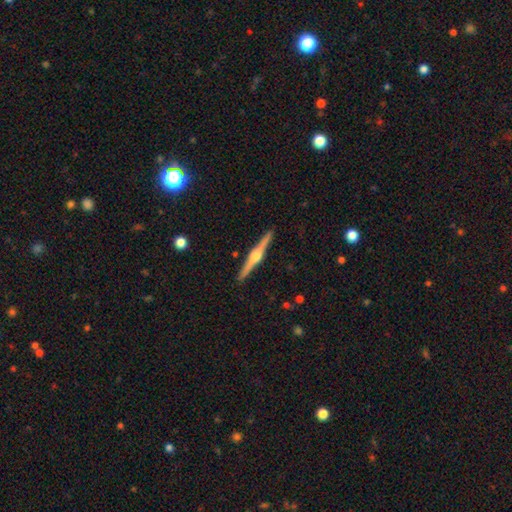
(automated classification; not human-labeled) Morphology: type=featured or disk (83%); edge-on=yes (99%); edge-on bulge=rounded (93%); merging=none (93%).